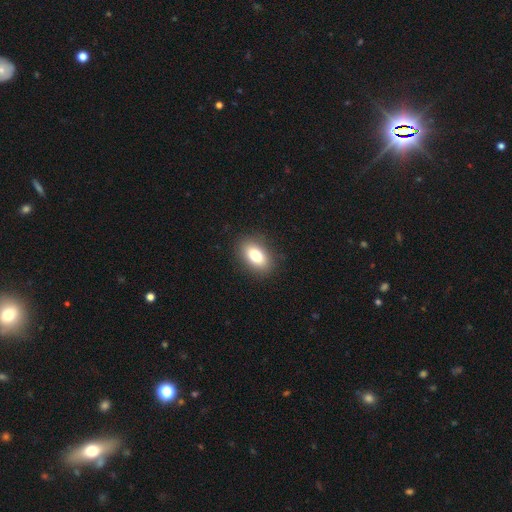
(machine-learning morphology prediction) Smooth or featured? Predicted: smooth (p=0.80). How rounded? Predicted: in between (p=0.87). Merging? Predicted: none (p=0.88).